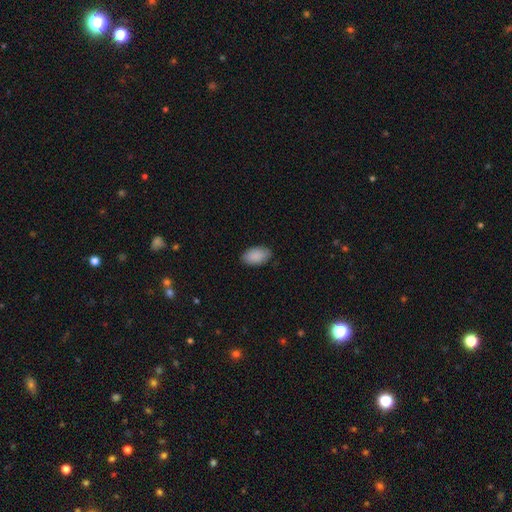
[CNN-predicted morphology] This appears to be a smooth galaxy with no disk features (90%) that is in between round and cigar-shaped (94%). Merging: none (85%).